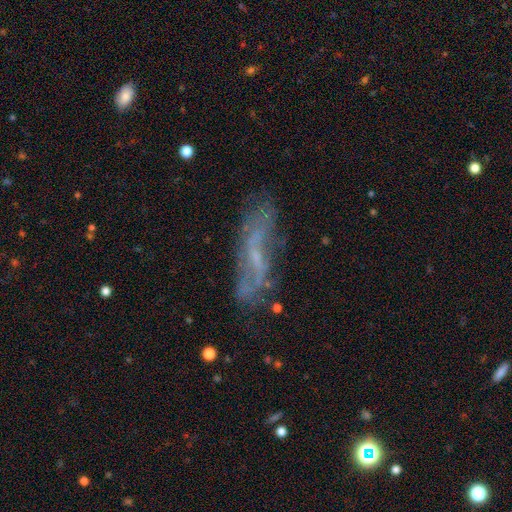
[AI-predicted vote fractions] Morphology: type=featured or disk (64%); edge-on=no (70%); merging=none (63%).